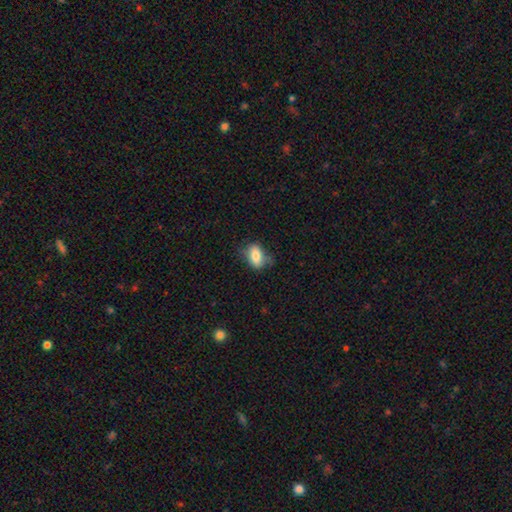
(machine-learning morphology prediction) Q: Smooth or featured?
A: smooth (77%); runner-up: featured or disk (15%)
Q: How rounded?
A: in between (86%); runner-up: round (11%)
Q: Merging?
A: none (60%); runner-up: minor disturbance (28%)